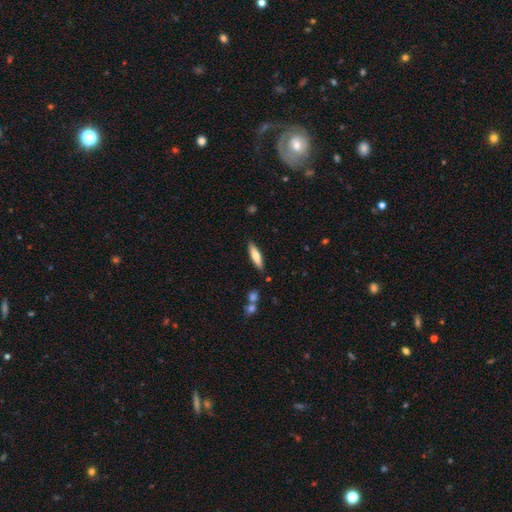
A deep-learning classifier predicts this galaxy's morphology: smooth_or_featured: smooth (p=0.66) [alt: featured or disk p=0.28]
how_rounded: cigar-shaped (p=0.67) [alt: in between p=0.31]
merging: none (p=0.87) [alt: minor disturbance p=0.09]